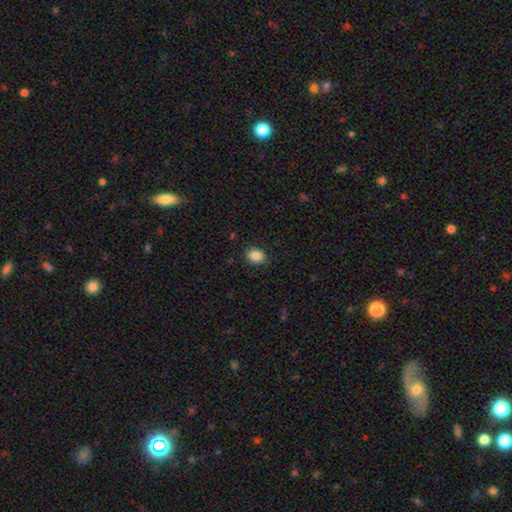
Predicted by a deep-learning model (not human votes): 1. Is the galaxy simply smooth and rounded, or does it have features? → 87% smooth, 9% star or artifact, 5% featured or disk.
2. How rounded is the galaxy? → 52% in between, 47% round, 1% cigar-shaped.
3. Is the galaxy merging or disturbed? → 88% none, 8% minor disturbance, 2% major disturbance, 1% merger.